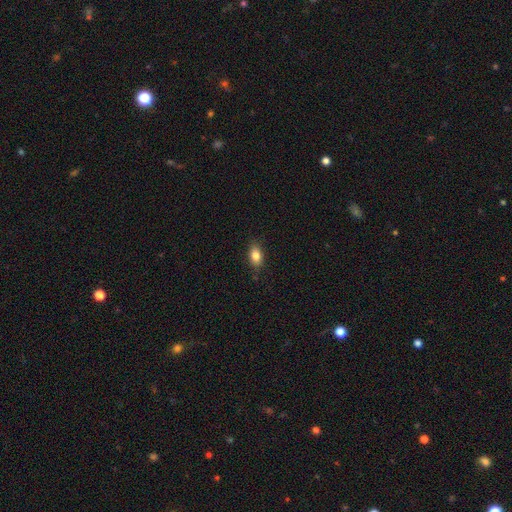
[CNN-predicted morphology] Overall: smooth (84%). How rounded: in between (86%). Merging: none (85%).